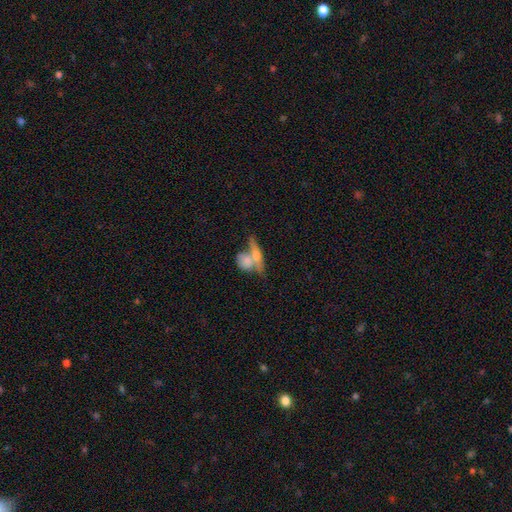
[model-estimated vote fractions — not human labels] Smooth or featured? Predicted: smooth (p=0.50). Merging? Predicted: merger (p=0.47).